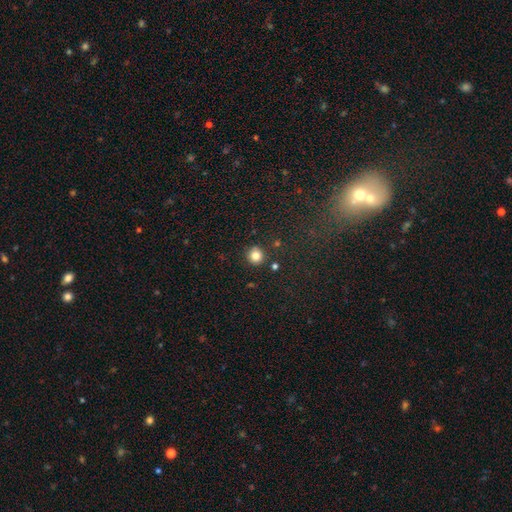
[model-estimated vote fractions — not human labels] smooth_or_featured: smooth (p=0.82) [alt: star or artifact p=0.12]
how_rounded: round (p=0.93) [alt: in between p=0.06]
merging: none (p=0.89) [alt: minor disturbance p=0.06]